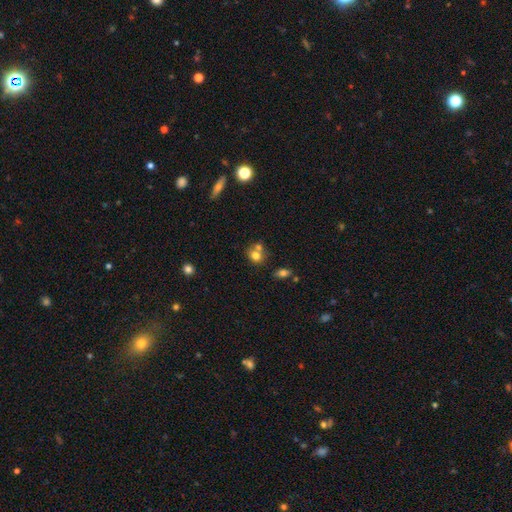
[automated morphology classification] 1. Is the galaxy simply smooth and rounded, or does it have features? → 73% smooth, 15% featured or disk, 12% star or artifact.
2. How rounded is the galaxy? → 62% round, 37% in between, 1% cigar-shaped.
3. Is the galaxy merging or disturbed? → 45% merger, 41% none, 10% minor disturbance, 4% major disturbance.